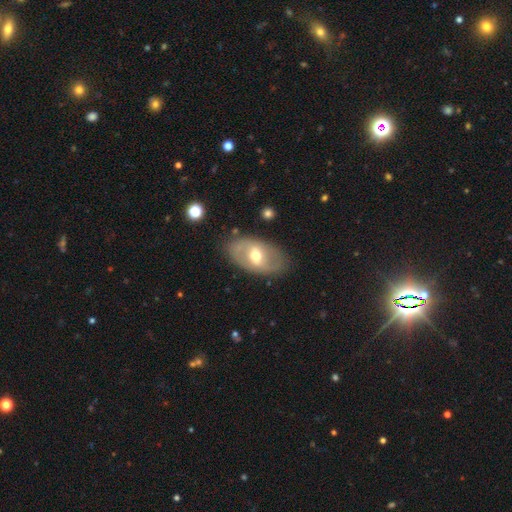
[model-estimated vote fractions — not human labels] A featured or disk galaxy (60%) with a weak bar (49%), no spiral arms (50%, tied with yes) and a moderate central bulge (70%). Merging: none (80%).